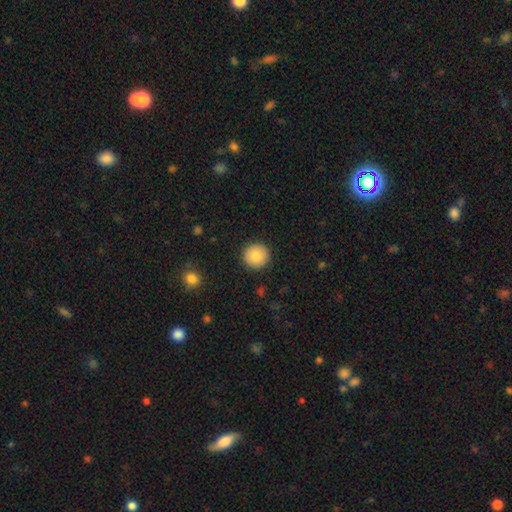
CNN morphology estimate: Overall: smooth (86%). How rounded: round (95%). Merging: none (92%).